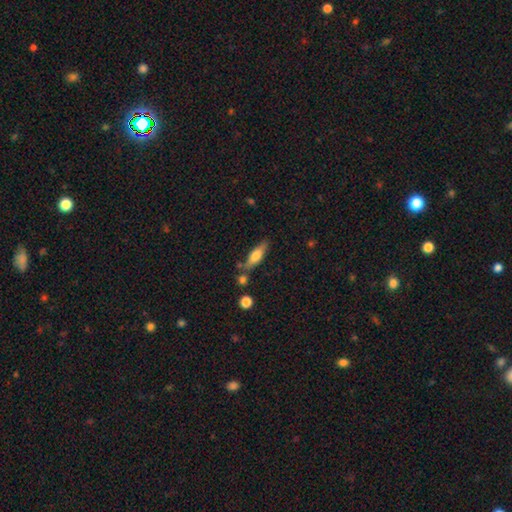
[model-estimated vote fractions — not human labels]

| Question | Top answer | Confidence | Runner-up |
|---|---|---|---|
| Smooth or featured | smooth | 62% | featured or disk (32%) |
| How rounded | cigar-shaped | 53% | in between (45%) |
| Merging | none | 69% | minor disturbance (16%) |